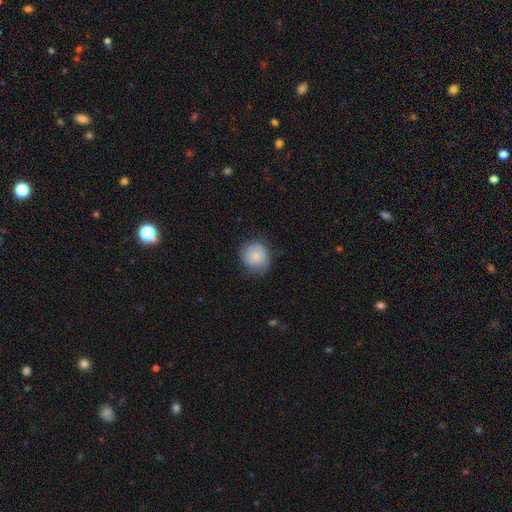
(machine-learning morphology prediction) This is likely a smooth galaxy (78%). How rounded: clearly round (89%). Merging: likely none (74%).